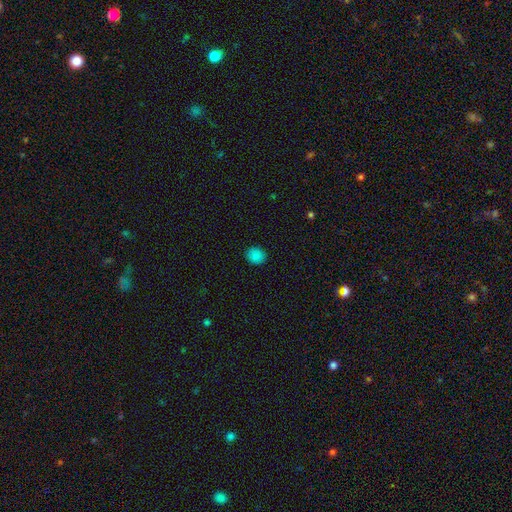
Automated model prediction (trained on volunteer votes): Q: Smooth or featured?
A: smooth (85%); runner-up: star or artifact (12%)
Q: How rounded?
A: round (79%); runner-up: in between (20%)
Q: Merging?
A: none (90%); runner-up: minor disturbance (7%)